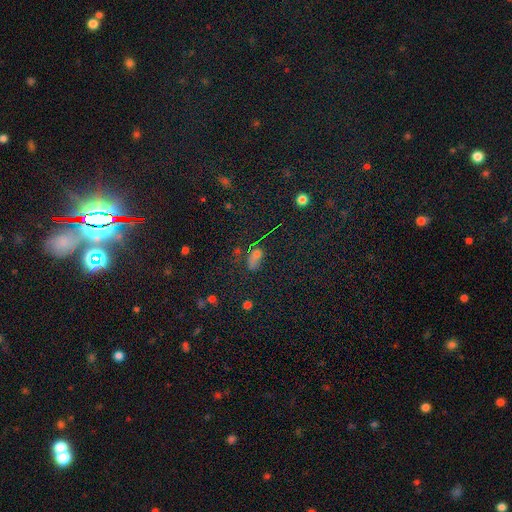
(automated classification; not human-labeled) Smooth or featured? star or artifact (50%)